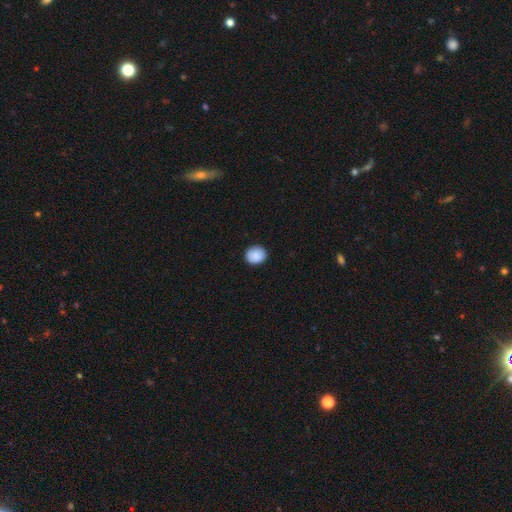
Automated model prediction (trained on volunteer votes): A smooth galaxy with no disk features (89%) that is round (73%).

Vote fractions:
- Smooth or featured? smooth: 89% / star or artifact: 8% / featured or disk: 3%
- How rounded? round: 73% / in between: 26% / cigar-shaped: 1%
- Merging? none: 89% / minor disturbance: 8% / major disturbance: 2% / merger: 1%